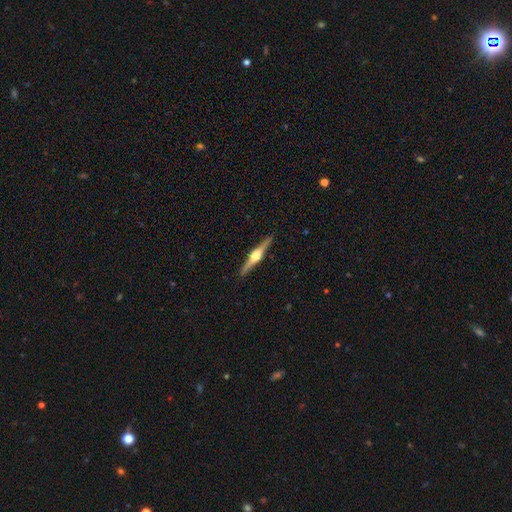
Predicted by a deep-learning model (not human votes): A featured or disk galaxy (83%) viewed edge-on (98%) with a rounded central bulge (95%). Merging: none (92%).